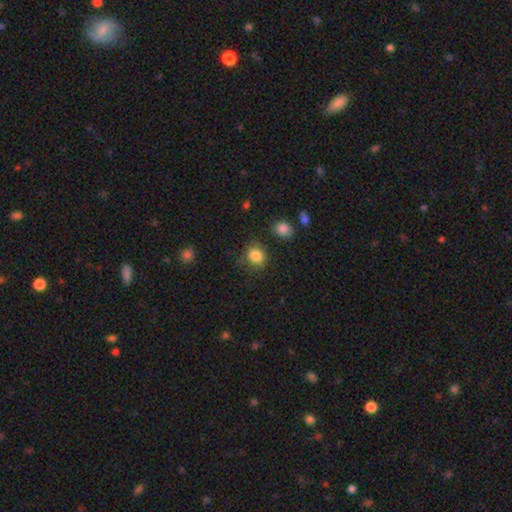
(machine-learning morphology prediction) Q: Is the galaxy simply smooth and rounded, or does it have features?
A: smooth — 85%.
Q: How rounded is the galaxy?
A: round — 76%.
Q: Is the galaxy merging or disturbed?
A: none — 80%.